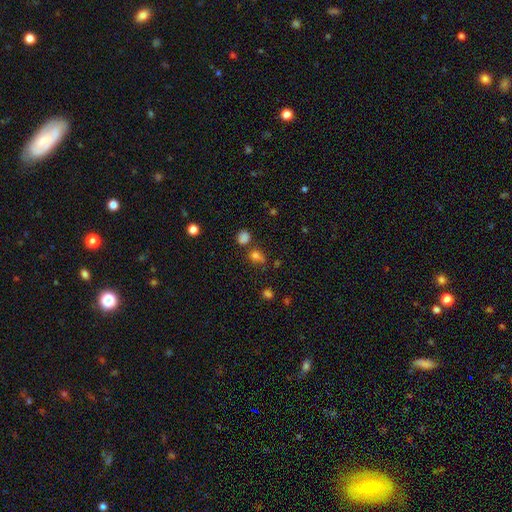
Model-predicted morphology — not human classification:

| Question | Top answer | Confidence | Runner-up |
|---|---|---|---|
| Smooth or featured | smooth | 66% | star or artifact (25%) |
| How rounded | round | 64% | in between (33%) |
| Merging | none | 53% | merger (20%) |